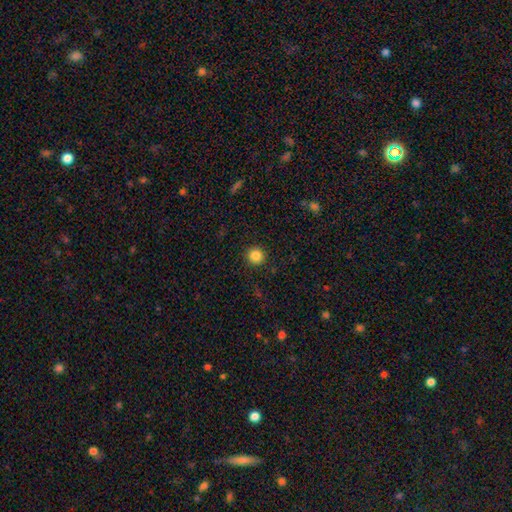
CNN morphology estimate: Overall: smooth (85%). How rounded: round (94%). Merging: none (92%).